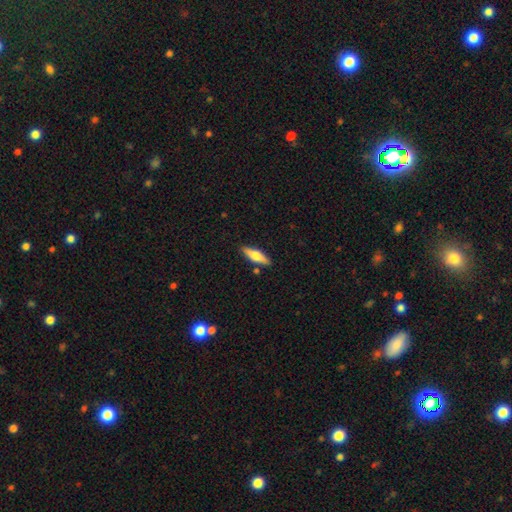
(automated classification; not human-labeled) Smooth or featured? Predicted: smooth (p=0.53). How rounded? Predicted: cigar-shaped (p=0.55). Merging? Predicted: none (p=0.85).